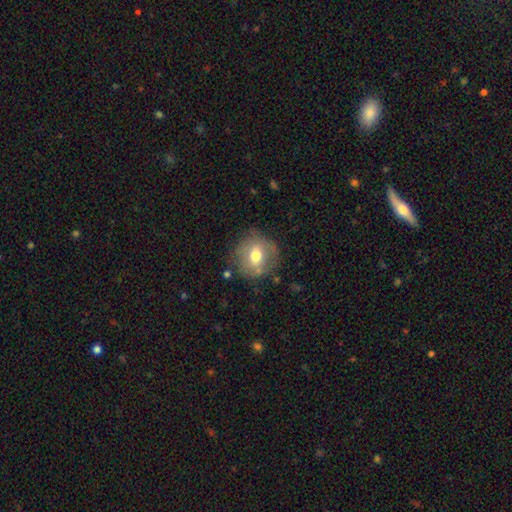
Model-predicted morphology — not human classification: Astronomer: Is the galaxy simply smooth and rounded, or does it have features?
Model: smooth — 58% (runner-up: featured or disk, 34%).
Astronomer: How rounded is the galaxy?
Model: round — 85%.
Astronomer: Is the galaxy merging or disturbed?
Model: none — 75%.